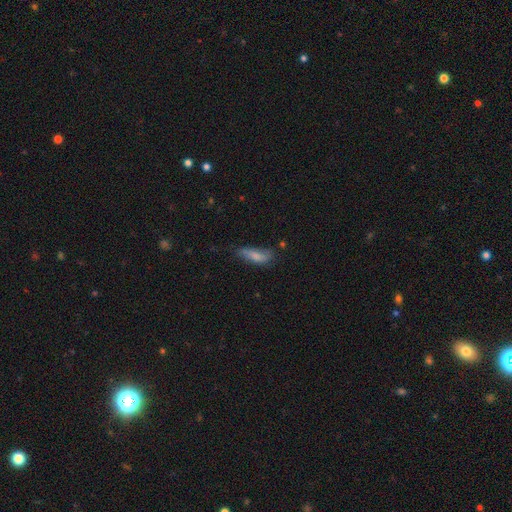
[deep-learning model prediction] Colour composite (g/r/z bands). It shows a smooth galaxy with no disk features (72%) that is in between round and cigar-shaped (57%). Merging: none (45%).